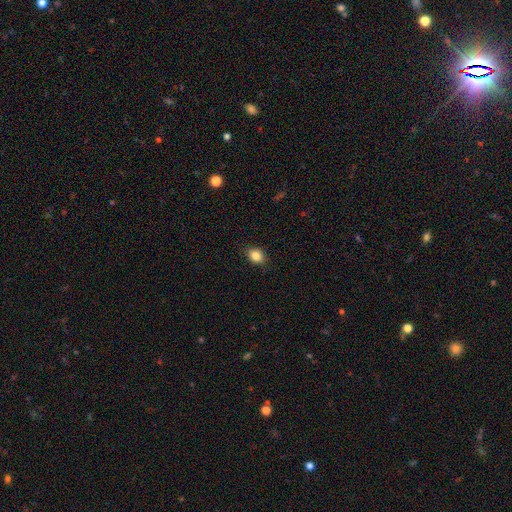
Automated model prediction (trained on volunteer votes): Smooth or featured? smooth (85%)
How rounded? in between (68%)
Merging? none (86%)